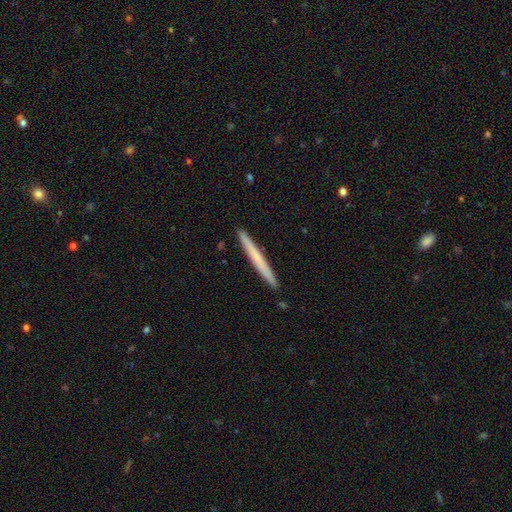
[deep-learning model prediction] Smooth or featured? smooth (59%)
How rounded? cigar-shaped (97%)
Merging? none (93%)